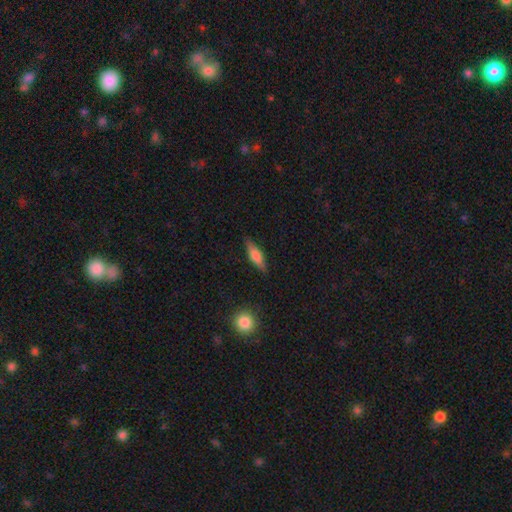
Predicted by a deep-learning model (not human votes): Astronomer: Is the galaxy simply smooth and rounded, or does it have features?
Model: smooth — 61%.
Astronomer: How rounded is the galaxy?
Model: cigar-shaped — 61%.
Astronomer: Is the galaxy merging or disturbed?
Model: none — 85%.